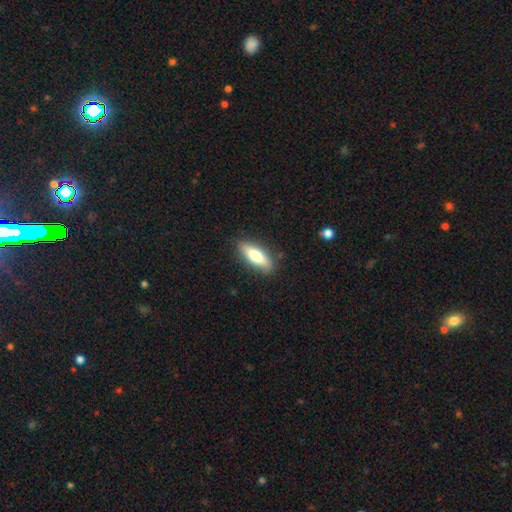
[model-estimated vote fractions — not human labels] Morphology: type=smooth (71%); roundness=in between (56%); merging=none (86%).